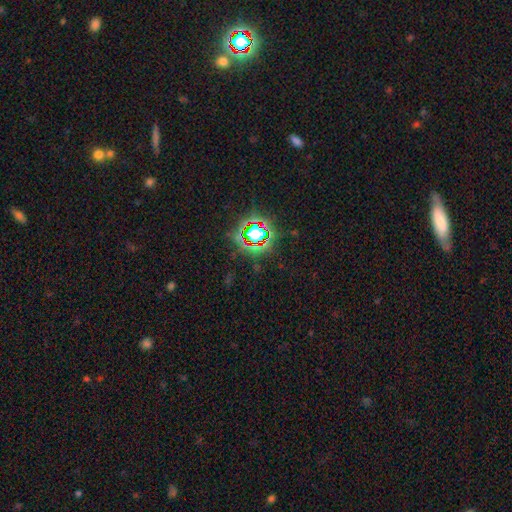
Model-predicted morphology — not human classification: This is likely a star or artifact rather than a galaxy (78%).